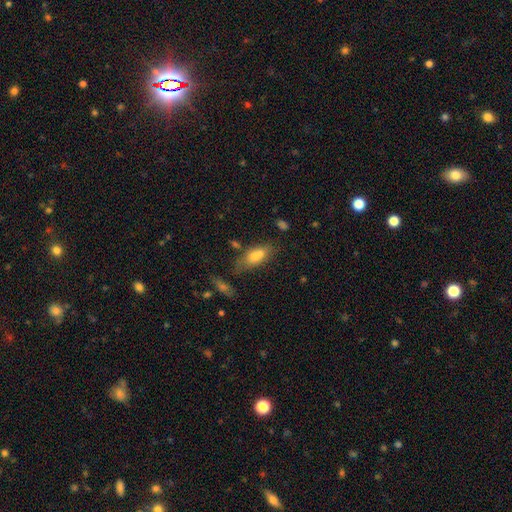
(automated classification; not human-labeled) Smooth or featured?
  - smooth: 66% *
  - featured or disk: 22%
  - star or artifact: 12%
How rounded?
  - in between: 73% *
  - cigar-shaped: 21%
  - round: 6%
Merging?
  - none: 50% *
  - merger: 22%
  - minor disturbance: 19%
  - major disturbance: 8%